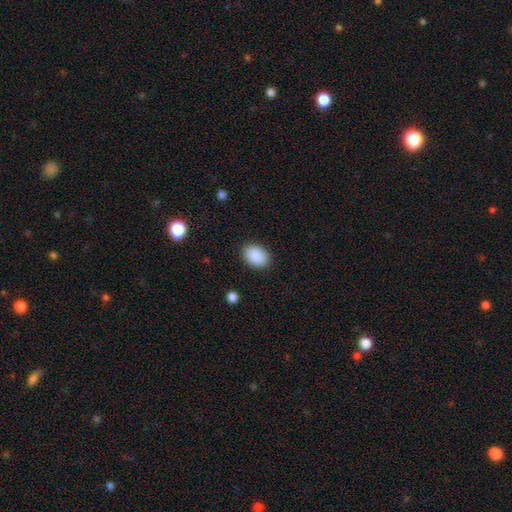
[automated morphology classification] This appears to be a smooth galaxy with no disk features (90%) that is in between round and cigar-shaped (80%). Merging: none (87%).